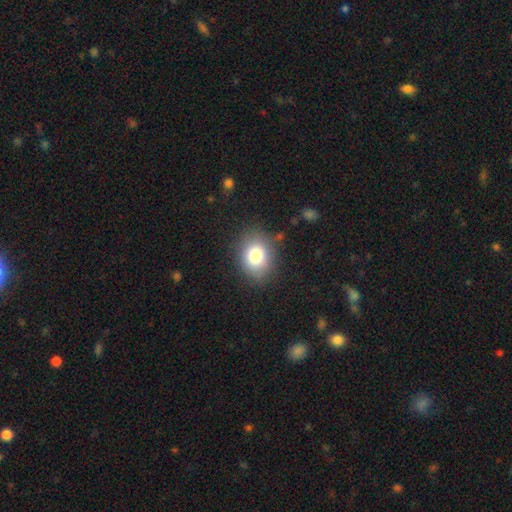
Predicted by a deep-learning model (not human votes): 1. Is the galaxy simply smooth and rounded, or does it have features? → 80% smooth, 10% star or artifact, 10% featured or disk.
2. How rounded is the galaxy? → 54% in between, 45% round, 1% cigar-shaped.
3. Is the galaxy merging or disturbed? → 81% none, 13% minor disturbance, 4% major disturbance, 2% merger.